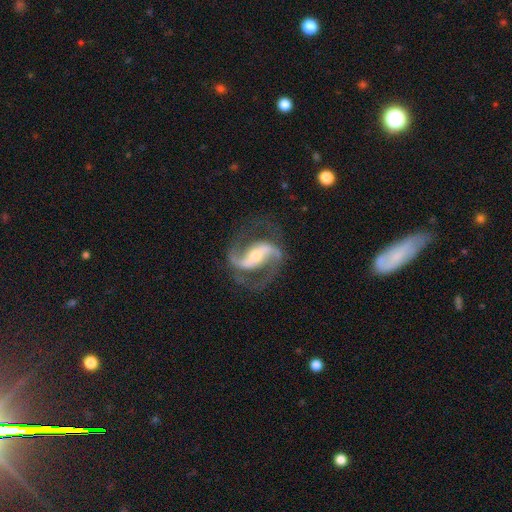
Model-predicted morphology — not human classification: Smooth or featured?
  - featured or disk: 92% *
  - star or artifact: 4%
  - smooth: 3%
Edge-on disk?
  - no: 97% *
  - yes: 3%
Bar?
  - strong: 53% *
  - weak: 30%
  - no: 17%
Spiral arms?
  - yes: 98% *
  - no: 2%
Spiral winding?
  - medium: 58% *
  - loose: 29%
  - tight: 13%
Spiral arm count?
  - 2: 94% *
  - can't tell: 2%
  - 1: 1%
  - 3: 1%
  - 4: 1%
  - more than 4: 1%
Bulge size?
  - moderate: 57% *
  - small: 36%
  - large: 5%
  - none: 1%
  - dominant: 1%
Merging?
  - none: 78% *
  - minor disturbance: 13%
  - major disturbance: 8%
  - merger: 1%